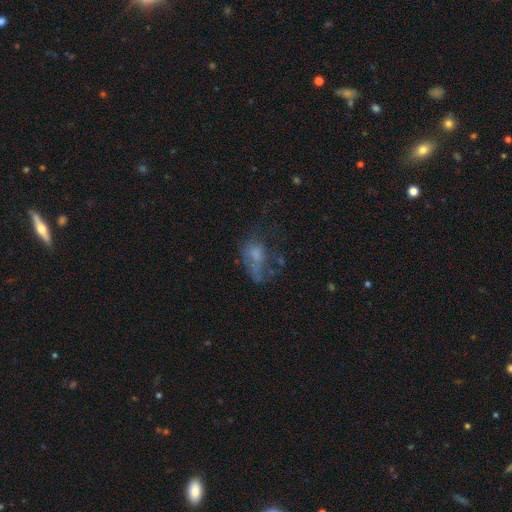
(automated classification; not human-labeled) smooth_or_featured: smooth (p=0.44) [alt: featured or disk p=0.38]
merging: major disturbance (p=0.43) [alt: none p=0.30]